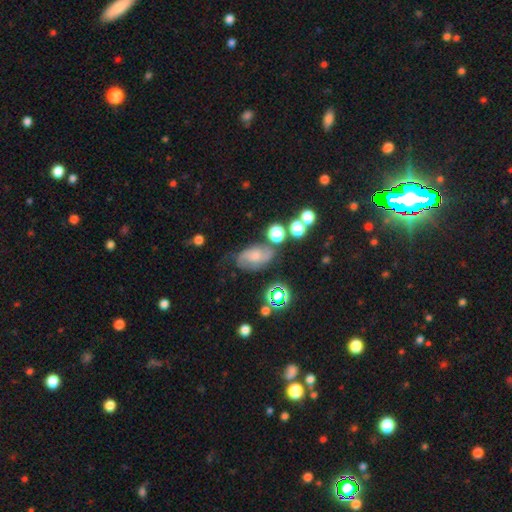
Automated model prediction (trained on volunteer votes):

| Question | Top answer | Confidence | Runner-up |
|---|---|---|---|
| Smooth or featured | featured or disk | 57% | smooth (29%) |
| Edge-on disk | no | 95% | yes (5%) |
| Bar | no | 60% | weak (33%) |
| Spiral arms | yes | 89% | no (11%) |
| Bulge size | small | 54% | moderate (28%) |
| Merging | none | 61% | minor disturbance (22%) |